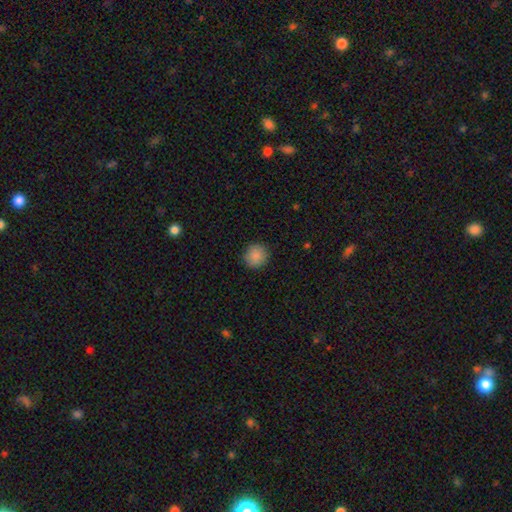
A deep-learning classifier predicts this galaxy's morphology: Smooth or featured: smooth — 88% (star or artifact — 8%)
How rounded: round — 91% (in between — 8%)
Merging: none — 89% (minor disturbance — 8%)